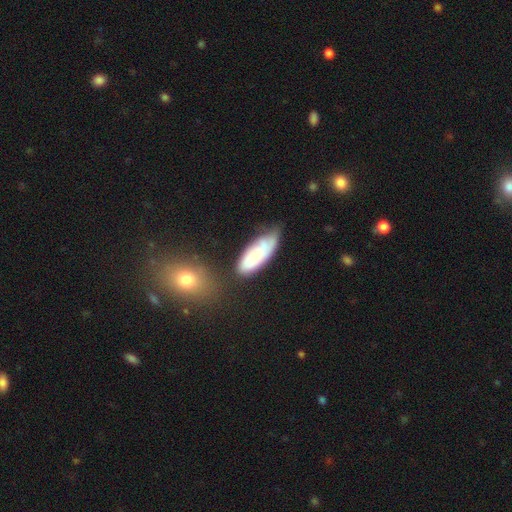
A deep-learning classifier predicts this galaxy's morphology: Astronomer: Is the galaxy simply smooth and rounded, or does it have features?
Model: smooth — 61%.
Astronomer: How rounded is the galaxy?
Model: in between — 71%.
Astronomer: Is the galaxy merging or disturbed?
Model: none — 51% (runner-up: minor disturbance, 30%).